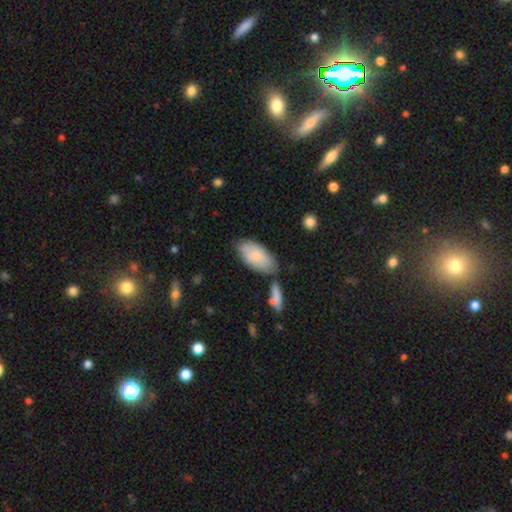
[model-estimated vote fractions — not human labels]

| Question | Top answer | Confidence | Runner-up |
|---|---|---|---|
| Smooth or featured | smooth | 76% | featured or disk (19%) |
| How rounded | in between | 93% | cigar-shaped (5%) |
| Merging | none | 60% | minor disturbance (21%) |